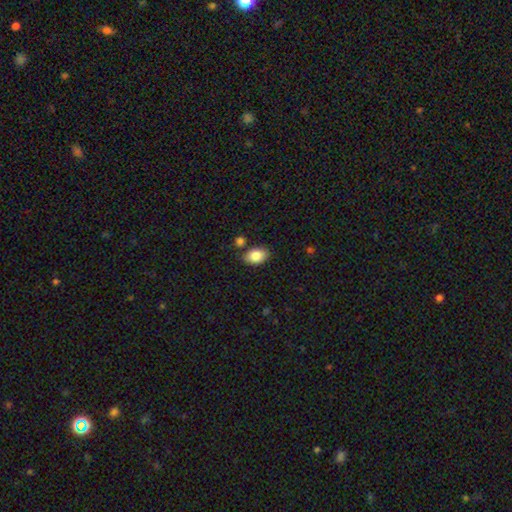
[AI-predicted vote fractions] A smooth galaxy with no disk features (85%) that is in between round and cigar-shaped (87%). Merging: none (78%).